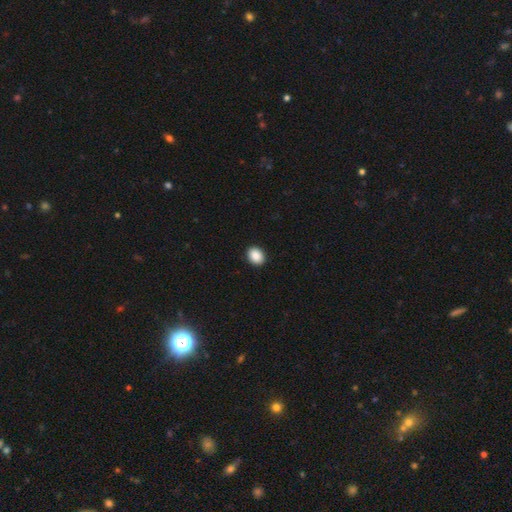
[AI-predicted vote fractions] The model was most divided on "how rounded": in between: 54%, round: 45%, cigar-shaped: 1%. More confident: merging — none (92%); smooth or featured — smooth (89%).